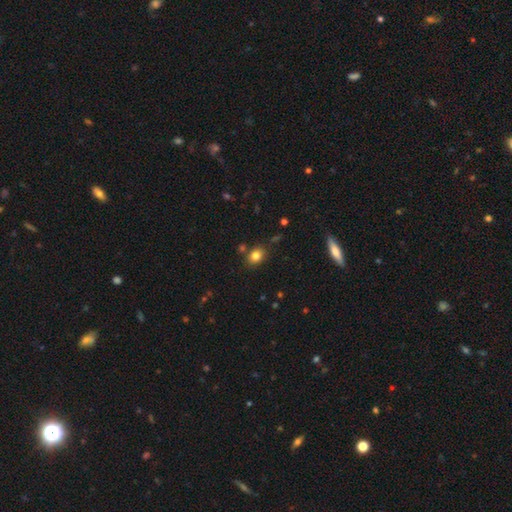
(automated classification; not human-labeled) smooth_or_featured: smooth (p=0.81) [alt: star or artifact p=0.12]
how_rounded: in between (p=0.50) [alt: round p=0.49]
merging: none (p=0.80) [alt: minor disturbance p=0.12]